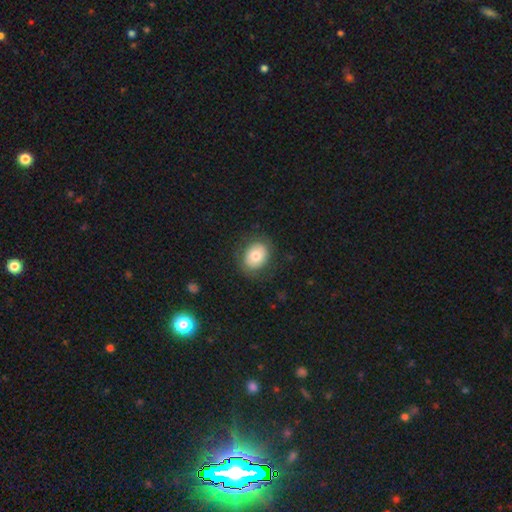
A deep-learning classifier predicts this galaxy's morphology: type=smooth (73%); roundness=in between (52%); merging=none (82%).